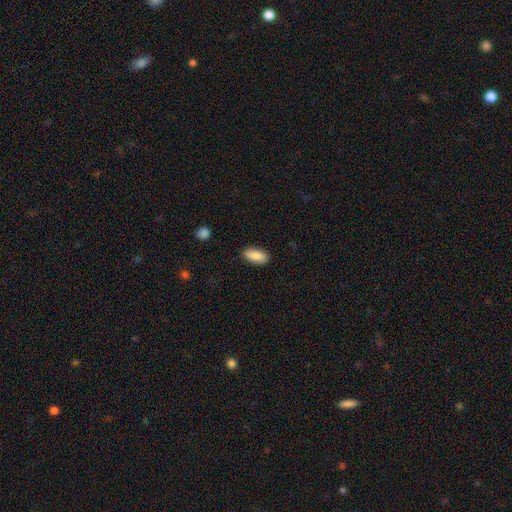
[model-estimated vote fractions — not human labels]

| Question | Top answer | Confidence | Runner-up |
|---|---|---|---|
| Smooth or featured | smooth | 86% | featured or disk (8%) |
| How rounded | in between | 89% | cigar-shaped (9%) |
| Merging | none | 88% | minor disturbance (9%) |